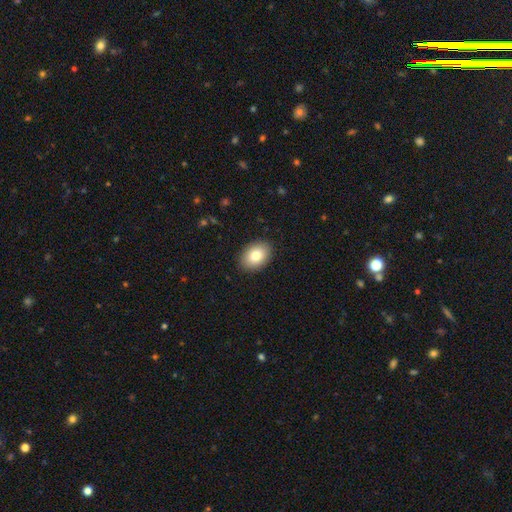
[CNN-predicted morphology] Smooth or featured? Predicted: smooth (p=0.82). How rounded? Predicted: in between (p=0.80). Merging? Predicted: none (p=0.89).